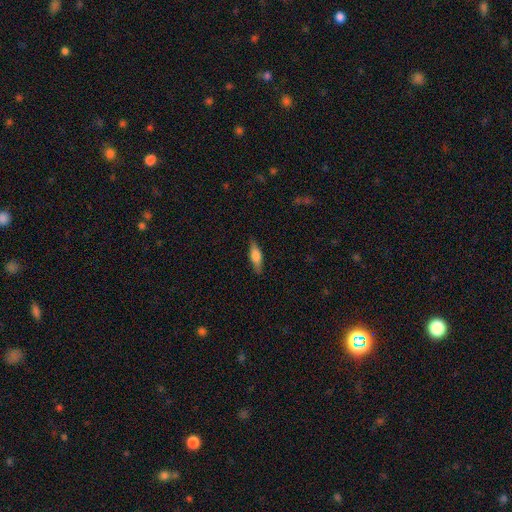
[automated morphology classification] This is likely a smooth galaxy (64%). How rounded: possibly cigar-shaped (55%). Merging: clearly none (85%).